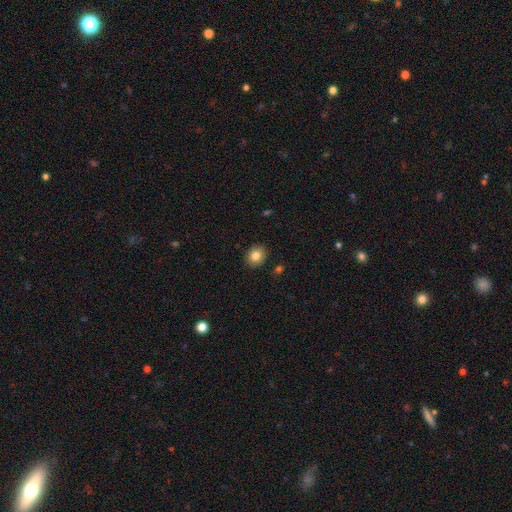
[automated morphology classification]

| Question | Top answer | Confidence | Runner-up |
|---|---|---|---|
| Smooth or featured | smooth | 82% | star or artifact (10%) |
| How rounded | round | 70% | in between (29%) |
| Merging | none | 90% | minor disturbance (7%) |